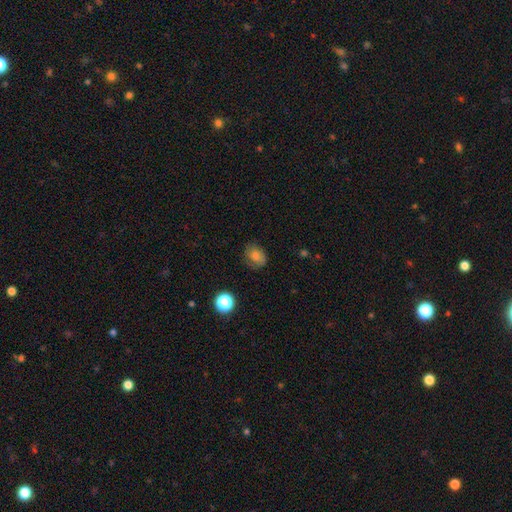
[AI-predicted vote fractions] This is likely a smooth galaxy (72%). How rounded: possibly in between (57%). Merging: likely none (72%).